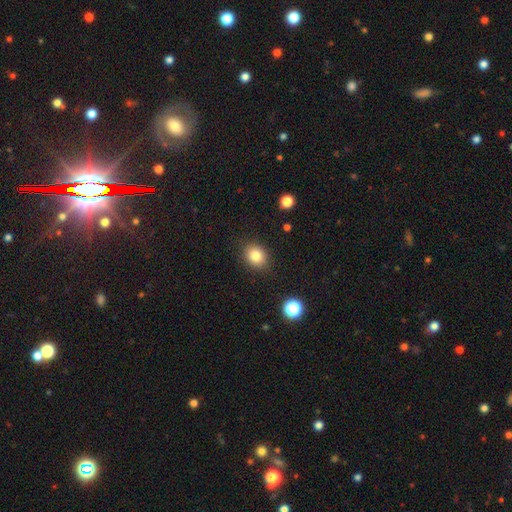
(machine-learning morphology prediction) Overall: smooth (83%). How rounded: in between (53%; round 47%). Merging: none (87%).